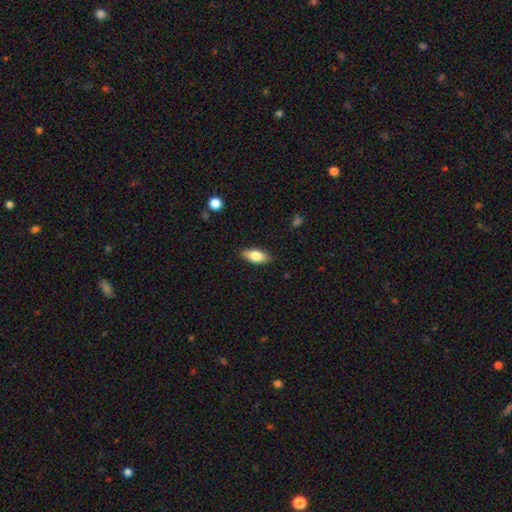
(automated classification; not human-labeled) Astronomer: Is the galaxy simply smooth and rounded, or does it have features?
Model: smooth — 79%.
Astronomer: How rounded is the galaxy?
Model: in between — 86%.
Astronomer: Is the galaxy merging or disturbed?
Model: none — 87%.